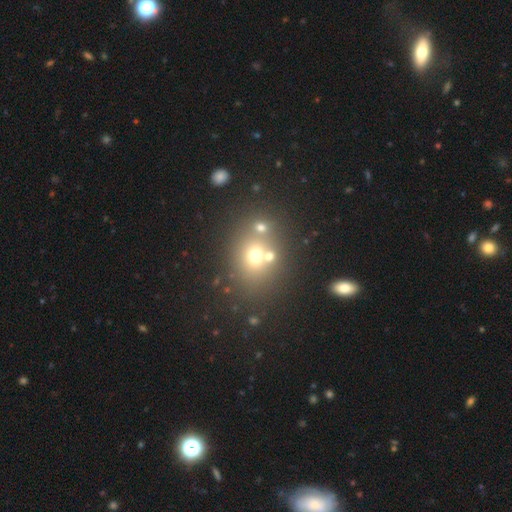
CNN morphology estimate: The model was most divided on "how rounded": round: 62%, in between: 37%, cigar-shaped: 1%. More confident: smooth or featured — smooth (62%); merging — none (60%).